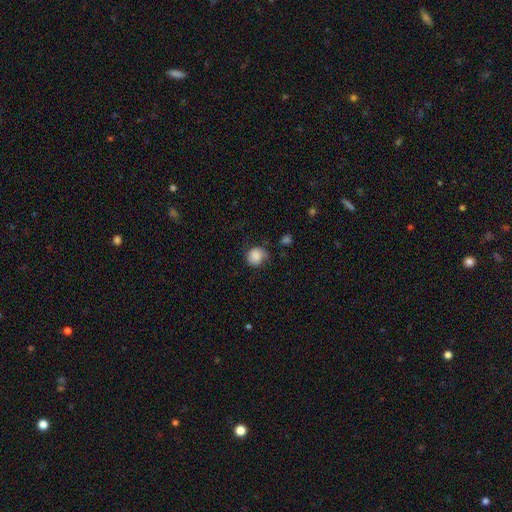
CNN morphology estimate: Smooth or featured: smooth — 84% (star or artifact — 9%)
How rounded: round — 78% (in between — 22%)
Merging: none — 62% (minor disturbance — 27%)